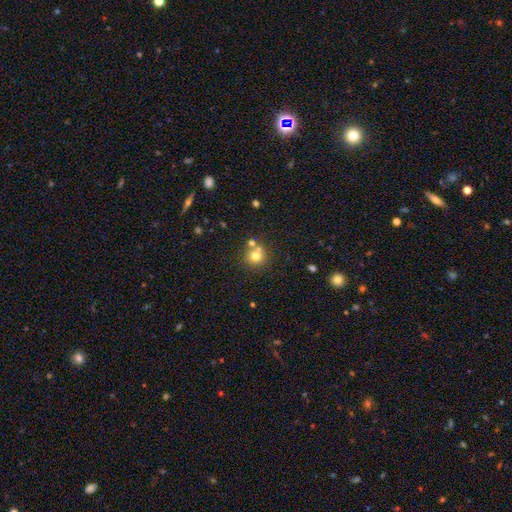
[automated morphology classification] smooth-or-featured: smooth: 73% | star or artifact: 15% | featured or disk: 12%
  how-rounded: round: 89% | in between: 10% | cigar-shaped: 1%
  merging: none: 63% | merger: 25% | minor disturbance: 8% | major disturbance: 3%